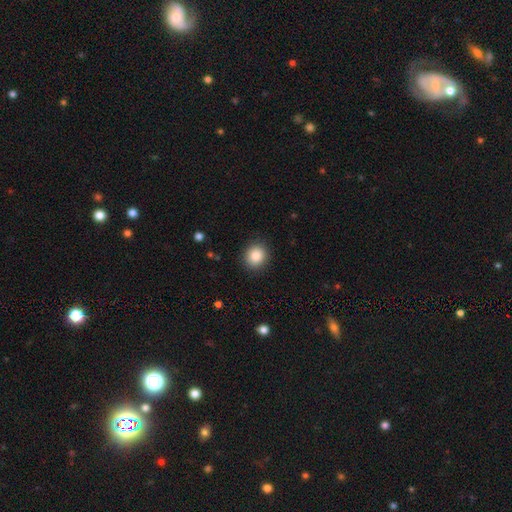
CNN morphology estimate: type=smooth (87%); roundness=round (80%); merging=none (90%).